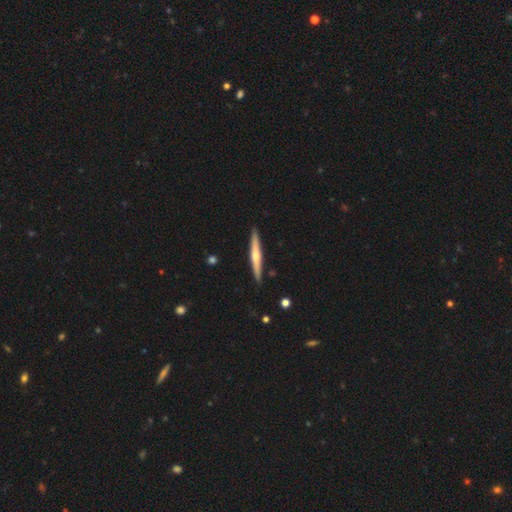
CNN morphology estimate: Smooth or featured? Predicted: featured or disk (p=0.58). Edge-on disk? Predicted: yes (p=0.97). Edge-on bulge? Predicted: rounded (p=0.78). Merging? Predicted: none (p=0.91).